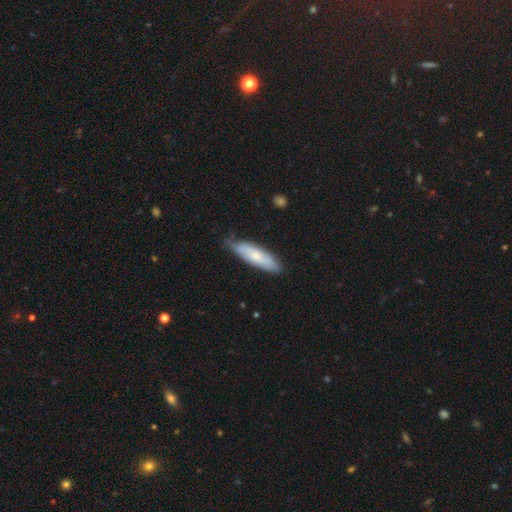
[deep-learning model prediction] This appears to be a smooth galaxy with no disk features (57%) that is cigar-shaped (57%). Merging: none (66%).